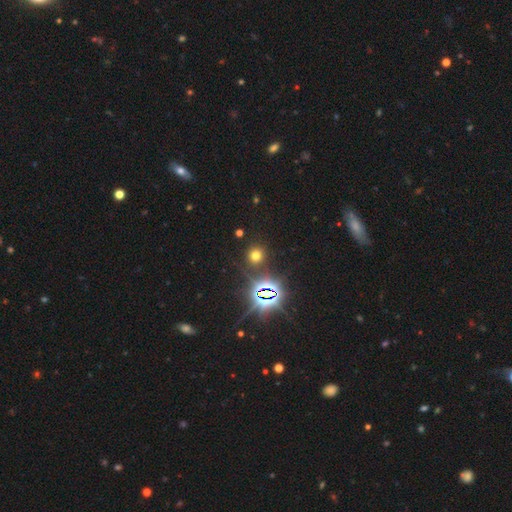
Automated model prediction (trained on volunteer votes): Smooth or featured? smooth (58%)
How rounded? round (87%)
Merging? none (86%)